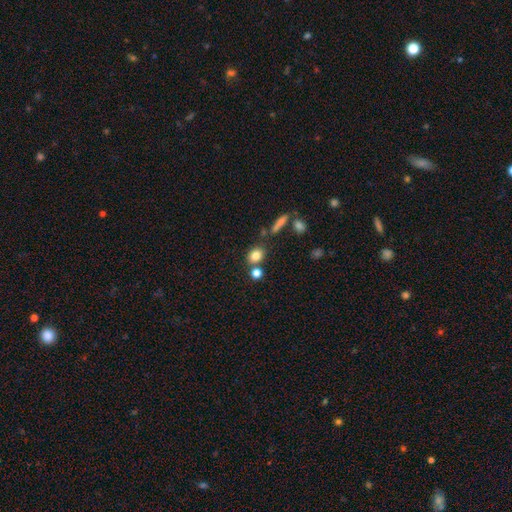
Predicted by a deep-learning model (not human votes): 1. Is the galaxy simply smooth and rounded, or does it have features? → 80% smooth, 11% star or artifact, 9% featured or disk.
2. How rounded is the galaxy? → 60% round, 38% in between, 2% cigar-shaped.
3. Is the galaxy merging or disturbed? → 66% none, 20% merger, 10% minor disturbance, 4% major disturbance.